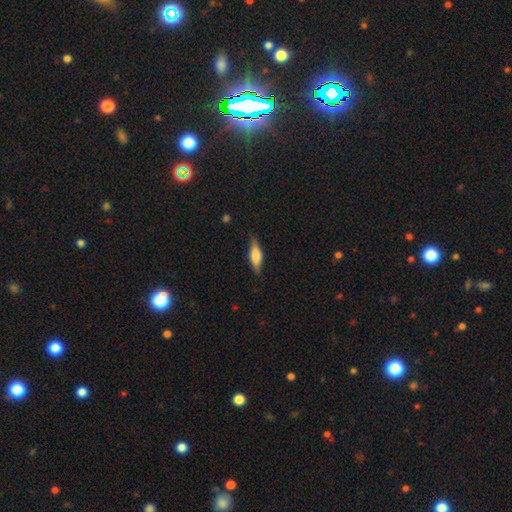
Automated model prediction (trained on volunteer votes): A smooth galaxy with no disk features (61%) that is in between round and cigar-shaped (59%). Merging: none (79%).